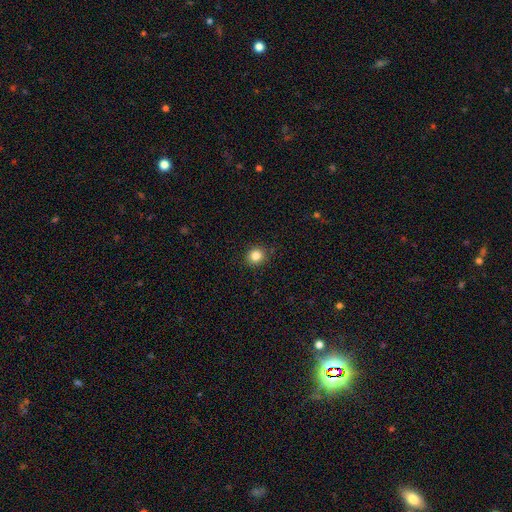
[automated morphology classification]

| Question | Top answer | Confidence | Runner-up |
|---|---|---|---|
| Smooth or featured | smooth | 84% | star or artifact (11%) |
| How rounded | round | 87% | in between (12%) |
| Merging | none | 90% | minor disturbance (7%) |